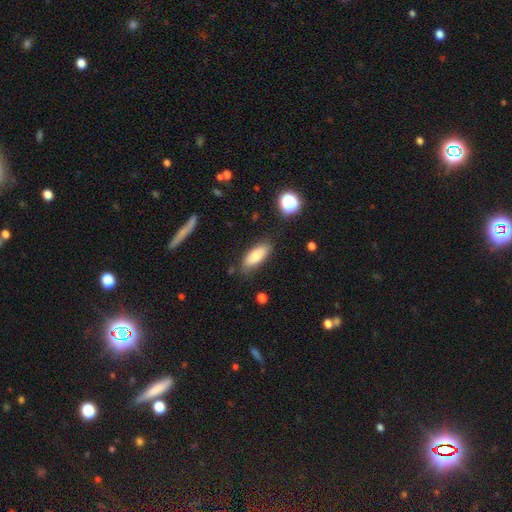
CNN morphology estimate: smooth 77%, featured or disk 16%, star or artifact 8%. Down the decision tree: how rounded — in between (77%); merging — none (79%).